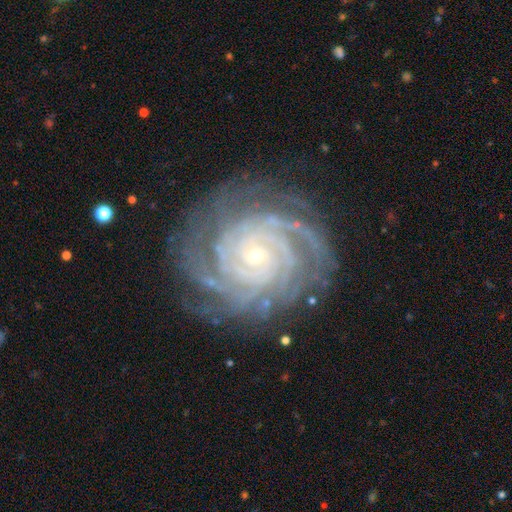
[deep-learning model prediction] Morphology: type=featured or disk (91%); edge-on=no (98%); bar=no (75%); spiral arms=yes (99%); winding=tight (84%); arm count=4 (26%); bulge=small (84%); merging=none (82%).